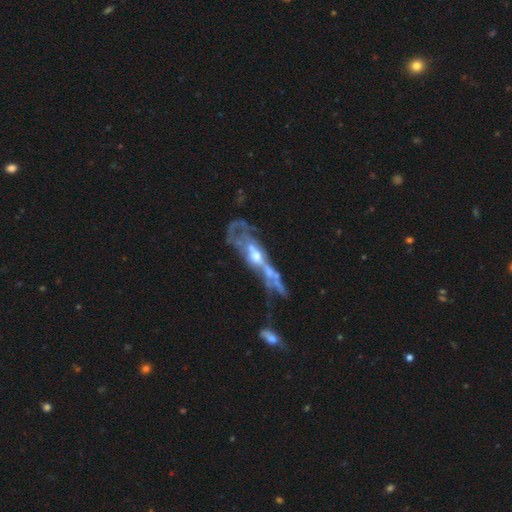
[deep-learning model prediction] A featured or disk galaxy (71%). Merging: none (37%).